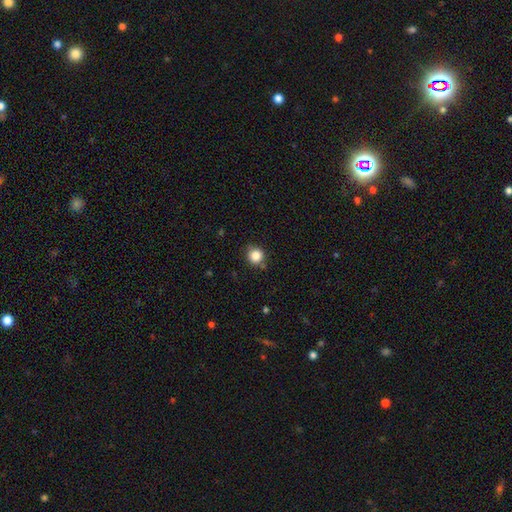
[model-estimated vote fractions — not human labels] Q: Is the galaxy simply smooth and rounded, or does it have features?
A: smooth — 86%.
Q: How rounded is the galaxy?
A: round — 91%.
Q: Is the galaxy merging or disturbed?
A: none — 82%.